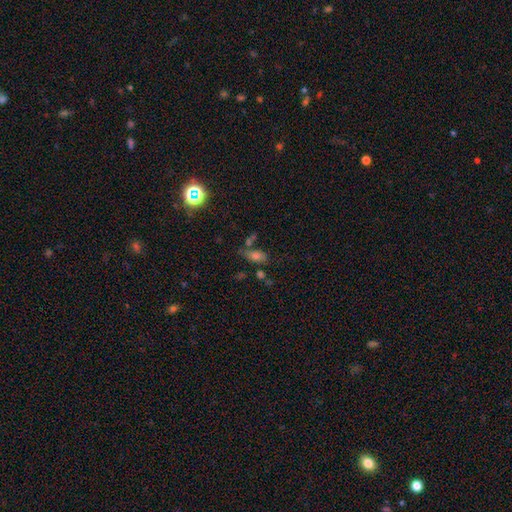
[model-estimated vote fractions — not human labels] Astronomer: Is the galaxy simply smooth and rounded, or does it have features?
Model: smooth — 61%.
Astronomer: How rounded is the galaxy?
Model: in between — 82%.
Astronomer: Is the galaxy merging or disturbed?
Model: none — 55%.